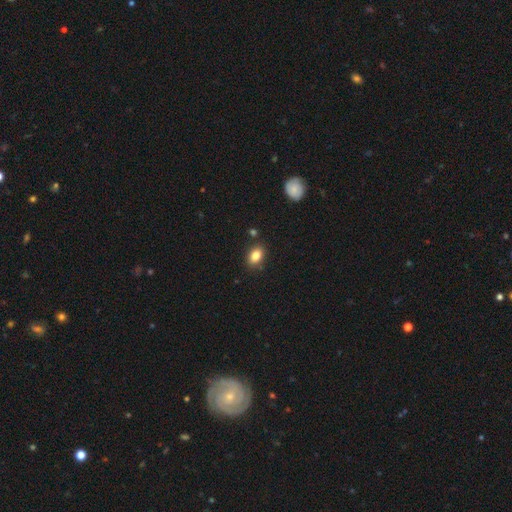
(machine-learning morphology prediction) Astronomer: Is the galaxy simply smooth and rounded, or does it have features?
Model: smooth — 84%.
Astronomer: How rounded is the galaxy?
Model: in between — 81%.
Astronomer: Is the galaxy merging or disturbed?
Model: none — 84%.